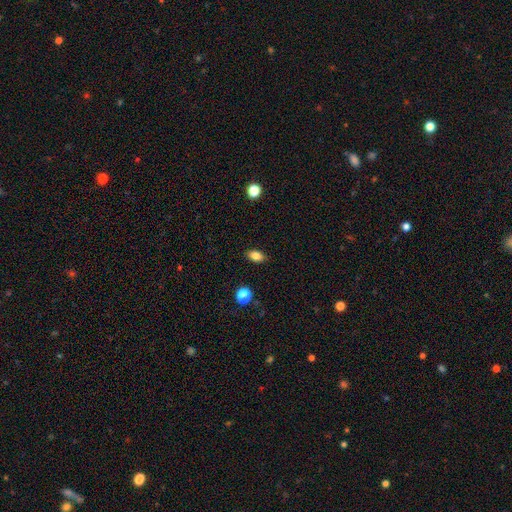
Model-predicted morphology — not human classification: Overall: smooth (84%). How rounded: in between (85%). Merging: none (88%).